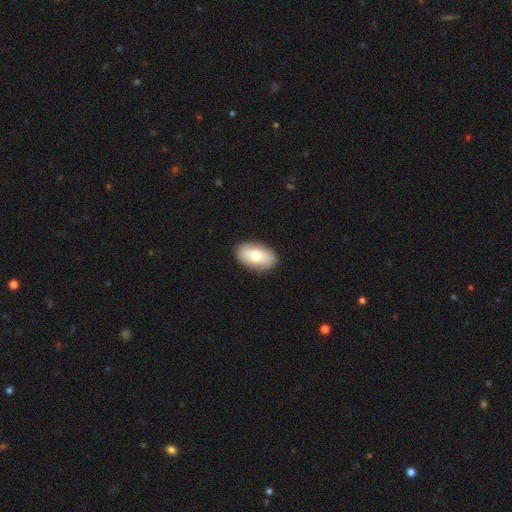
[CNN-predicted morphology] A smooth galaxy with no disk features (74%) that is in between round and cigar-shaped (92%). Merging: none (89%).